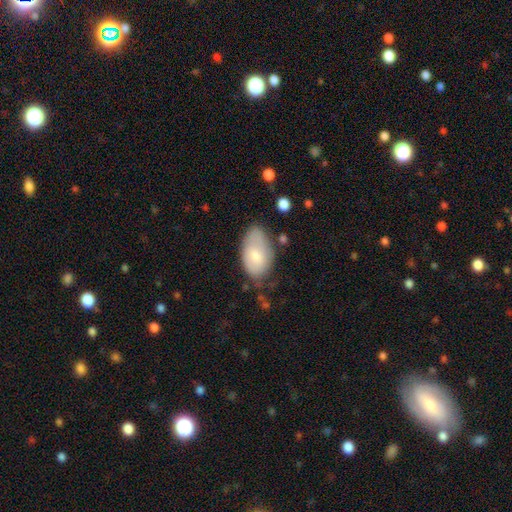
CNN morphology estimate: smooth 72%, featured or disk 21%, star or artifact 7%. Down the decision tree: how rounded — in between (93%); merging — none (53%).